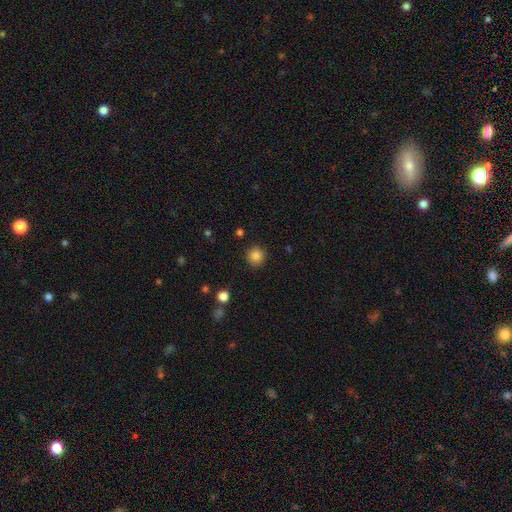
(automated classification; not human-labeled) Smooth or featured? smooth (85%)
How rounded? round (93%)
Merging? none (90%)